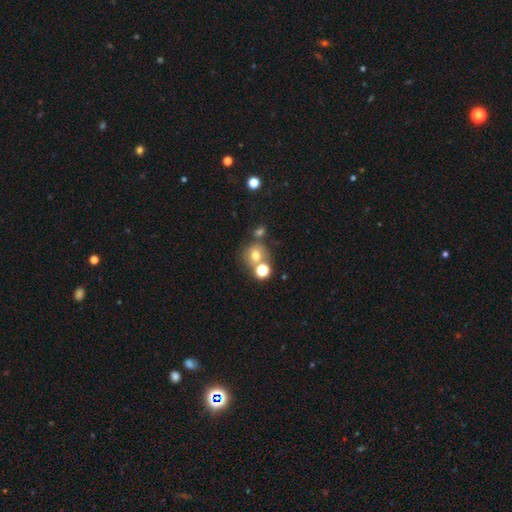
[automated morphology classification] The model was most divided on "merging": none: 53%, merger: 30%, minor disturbance: 11%, major disturbance: 6%. More confident: how rounded — round (77%); smooth or featured — smooth (68%).